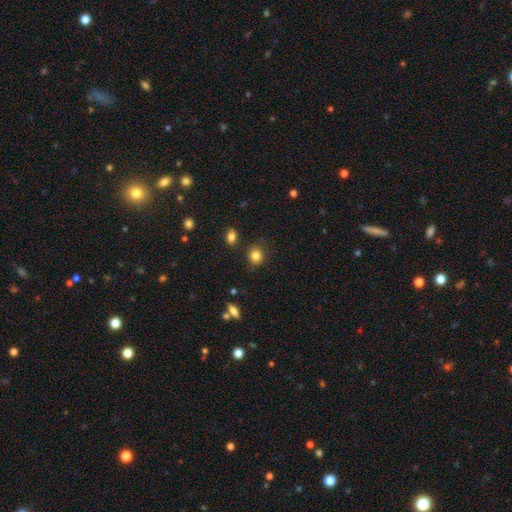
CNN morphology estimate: Q: Smooth or featured?
A: smooth (84%); runner-up: star or artifact (10%)
Q: How rounded?
A: round (73%); runner-up: in between (26%)
Q: Merging?
A: none (82%); runner-up: minor disturbance (12%)